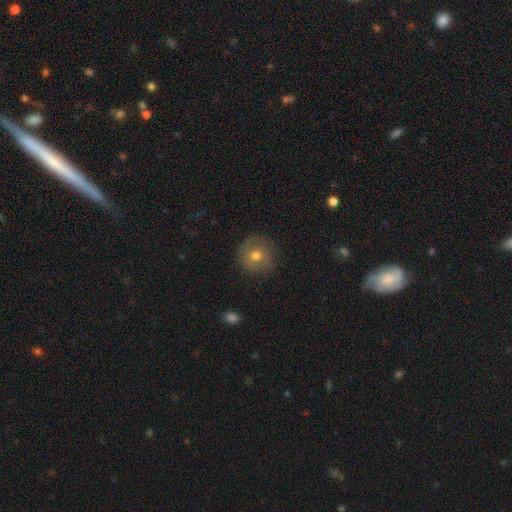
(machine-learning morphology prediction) This appears to be a smooth galaxy with no disk features (66%) that is round (94%). Merging: none (84%).